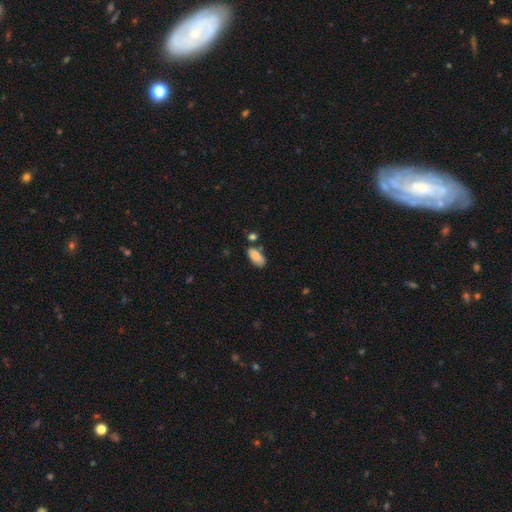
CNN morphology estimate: The model was most divided on "merging": none: 64%, minor disturbance: 20%, merger: 12%, major disturbance: 4%. More confident: how rounded — in between (91%); smooth or featured — smooth (83%).